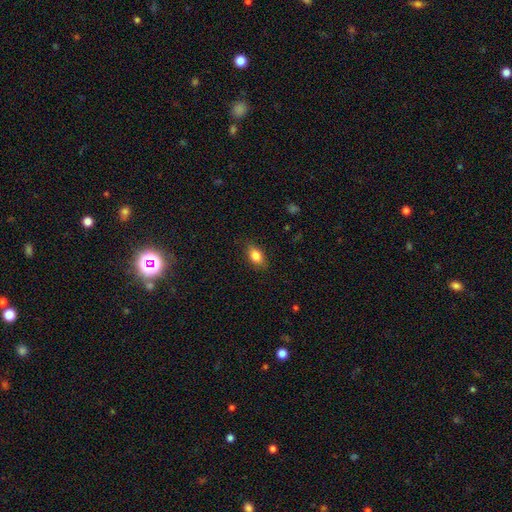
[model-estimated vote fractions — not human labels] smooth 84%, star or artifact 8%, featured or disk 7%. Down the decision tree: how rounded — in between (85%); merging — none (85%).